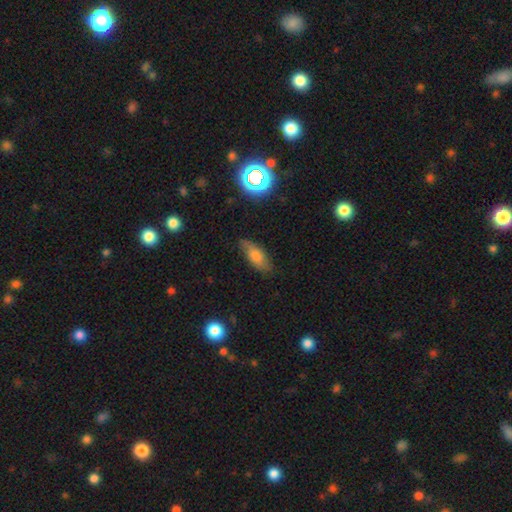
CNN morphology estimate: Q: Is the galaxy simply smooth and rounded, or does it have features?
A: smooth — 71%.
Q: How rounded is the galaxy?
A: in between — 78%.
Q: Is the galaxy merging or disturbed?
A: none — 76%.